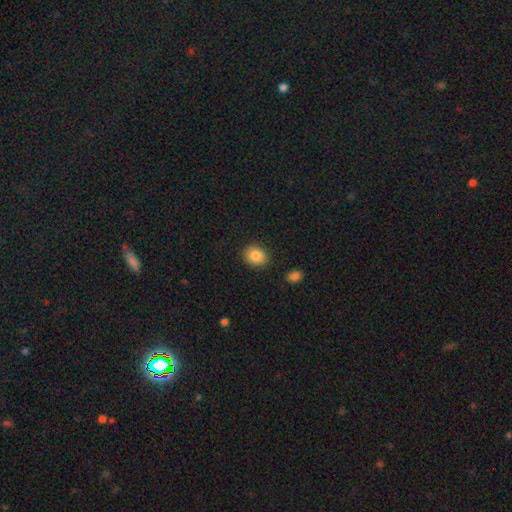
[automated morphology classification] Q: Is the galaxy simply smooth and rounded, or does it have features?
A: smooth — 85%.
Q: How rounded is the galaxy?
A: round — 56%.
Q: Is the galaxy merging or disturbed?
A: none — 89%.